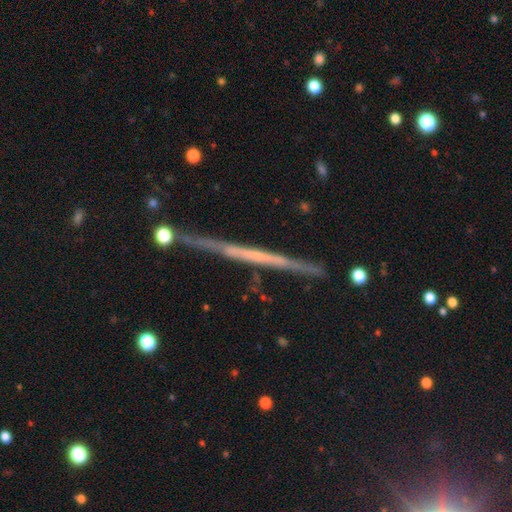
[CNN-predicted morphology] A featured or disk galaxy (69%) viewed edge-on (98%) with no central bulge (88%). Merging: none (86%).